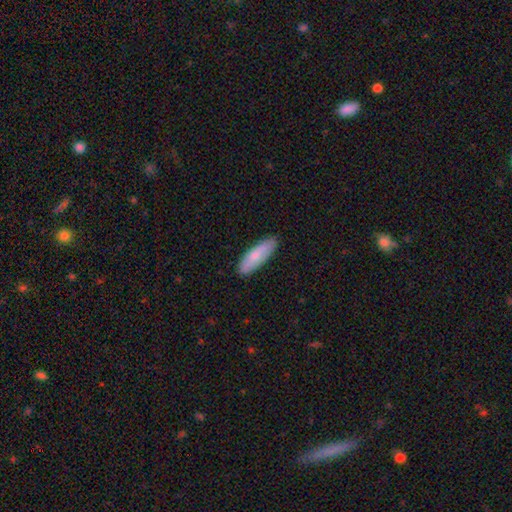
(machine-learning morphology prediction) Smooth or featured?
  - smooth: 76% *
  - featured or disk: 18%
  - star or artifact: 5%
How rounded?
  - in between: 52% *
  - cigar-shaped: 46%
  - round: 2%
Merging?
  - none: 87% *
  - minor disturbance: 10%
  - major disturbance: 2%
  - merger: 1%